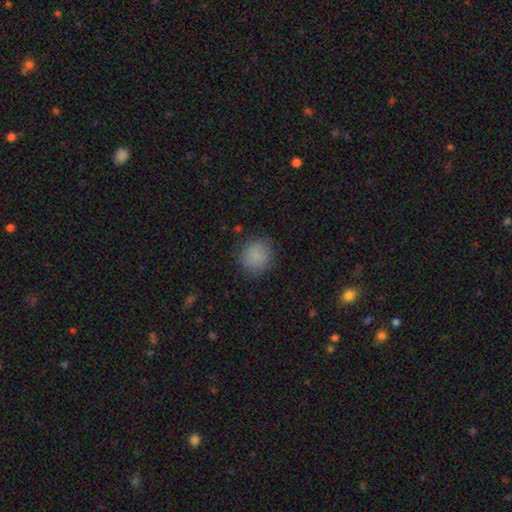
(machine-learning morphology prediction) smooth-or-featured: smooth: 86% | star or artifact: 10% | featured or disk: 5%
  how-rounded: round: 89% | in between: 10% | cigar-shaped: 1%
  merging: none: 85% | minor disturbance: 10% | major disturbance: 3% | merger: 1%